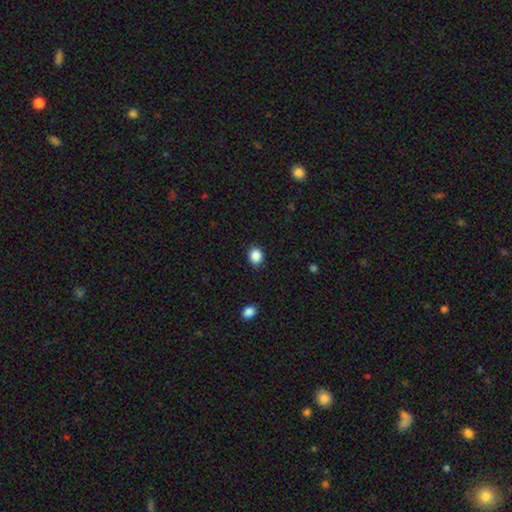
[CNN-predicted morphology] smooth_or_featured: smooth (p=0.88) [alt: star or artifact p=0.09]
how_rounded: round (p=0.64) [alt: in between p=0.35]
merging: none (p=0.88) [alt: minor disturbance p=0.08]